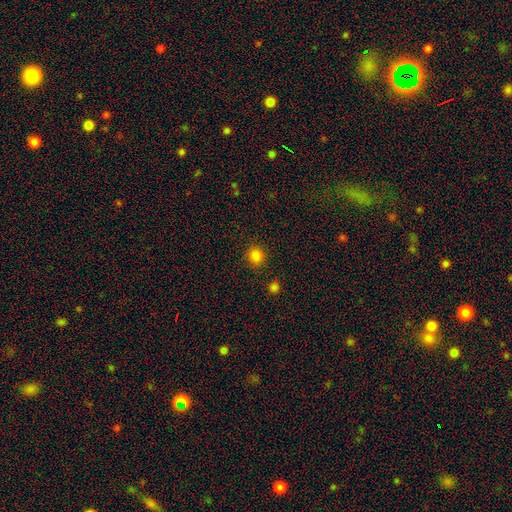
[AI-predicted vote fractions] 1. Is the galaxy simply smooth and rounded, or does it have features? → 84% smooth, 13% star or artifact, 3% featured or disk.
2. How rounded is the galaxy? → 86% round, 13% in between, 1% cigar-shaped.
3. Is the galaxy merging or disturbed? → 87% none, 8% minor disturbance, 3% major disturbance, 2% merger.